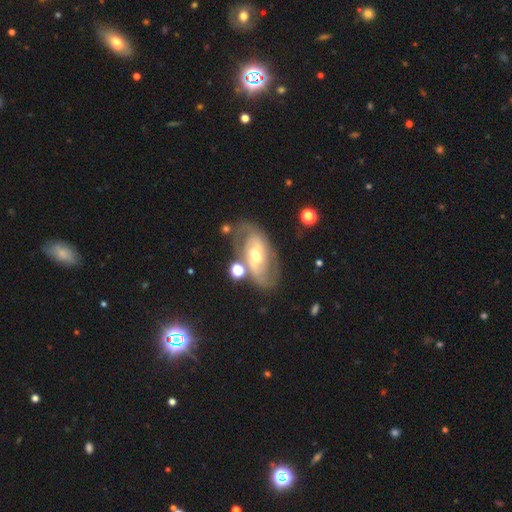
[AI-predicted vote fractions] Smooth or featured? Predicted: featured or disk (p=0.76). Edge-on disk? Predicted: no (p=0.94). Bar? Predicted: weak (p=0.38). Spiral arms? Predicted: yes (p=0.74). Spiral winding? Predicted: medium (p=0.42). Spiral arm count? Predicted: 2 (p=0.71). Bulge size? Predicted: moderate (p=0.65). Merging? Predicted: none (p=0.66).